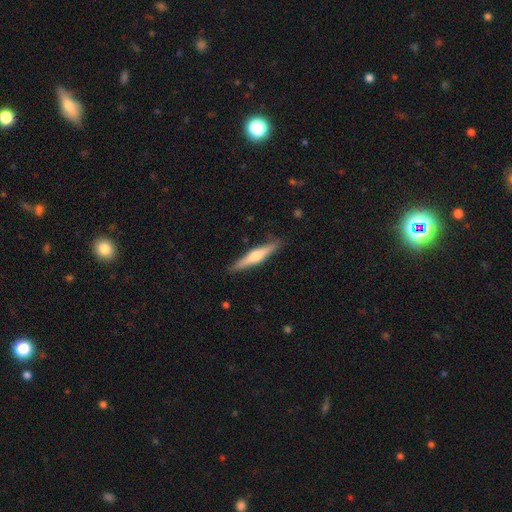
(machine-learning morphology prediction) A featured or disk galaxy (54%) viewed edge-on (96%) with a rounded central bulge (86%).

Vote fractions:
- Smooth or featured? featured or disk: 54% / smooth: 41% / star or artifact: 5%
- Edge-on disk? yes: 96% / no: 4%
- Edge-on bulge? rounded: 86% / none: 7% / boxy: 7%
- Merging? none: 88% / minor disturbance: 9% / major disturbance: 2% / merger: 1%